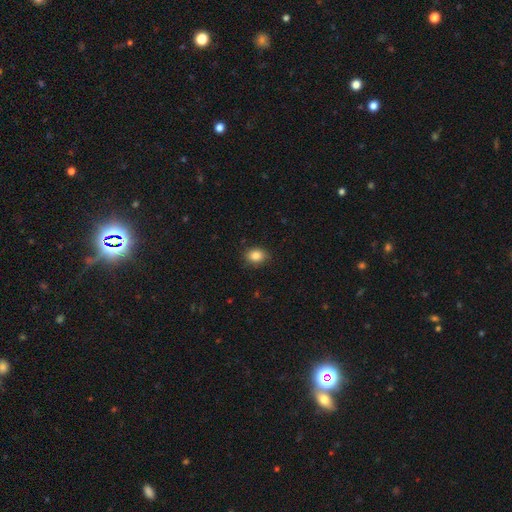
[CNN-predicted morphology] smooth 85%, star or artifact 9%, featured or disk 6%. Down the decision tree: how rounded — in between (61%); merging — none (85%).